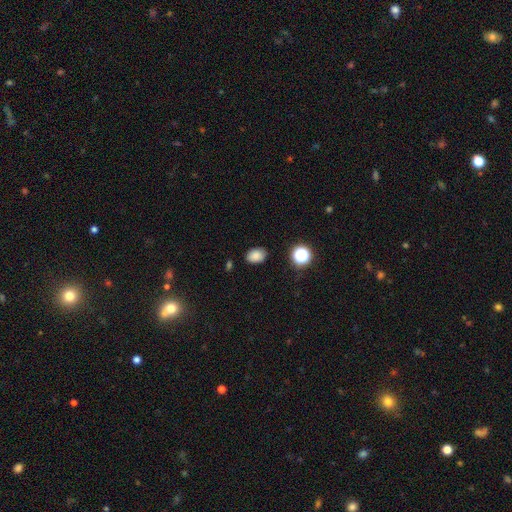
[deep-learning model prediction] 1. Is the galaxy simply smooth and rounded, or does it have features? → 83% smooth, 12% star or artifact, 5% featured or disk.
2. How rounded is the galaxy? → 75% in between, 24% round, 1% cigar-shaped.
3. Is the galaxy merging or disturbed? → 83% none, 12% minor disturbance, 3% major disturbance, 2% merger.